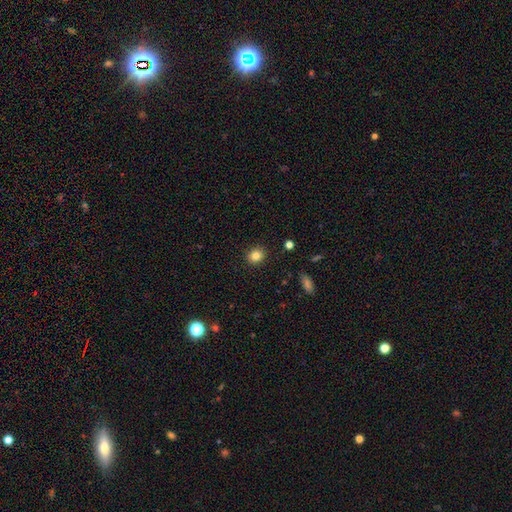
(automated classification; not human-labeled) Q: Smooth or featured?
A: smooth (82%); runner-up: star or artifact (11%)
Q: How rounded?
A: round (80%); runner-up: in between (19%)
Q: Merging?
A: none (90%); runner-up: minor disturbance (7%)